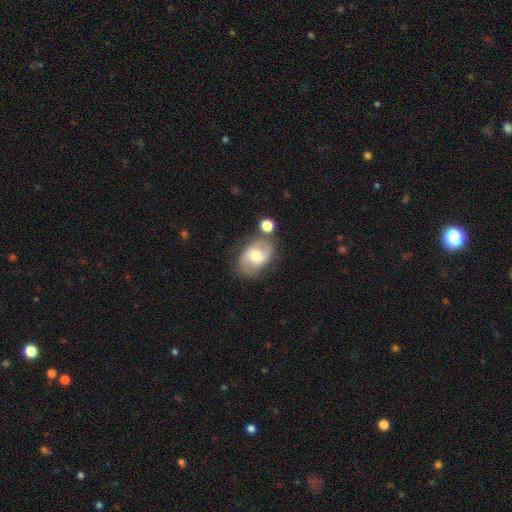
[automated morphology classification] Smooth or featured? featured or disk (56%)
Edge-on disk? no (96%)
Bar? weak (44%)
Spiral arms? yes (78%)
Bulge size? moderate (65%)
Merging? none (66%)